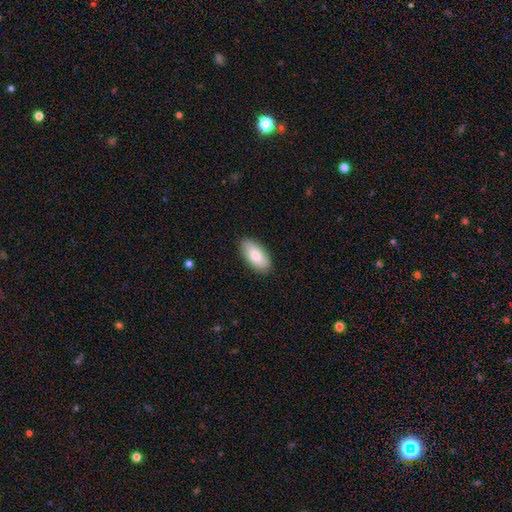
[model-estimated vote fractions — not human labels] This is clearly a smooth galaxy (82%). How rounded: clearly in between (92%). Merging: clearly none (87%).